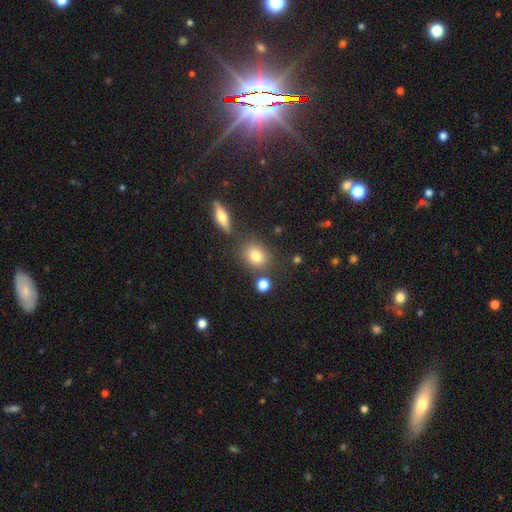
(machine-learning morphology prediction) Smooth or featured: smooth — 78% (star or artifact — 11%)
How rounded: round — 59% (in between — 38%)
Merging: none — 76% (minor disturbance — 11%)